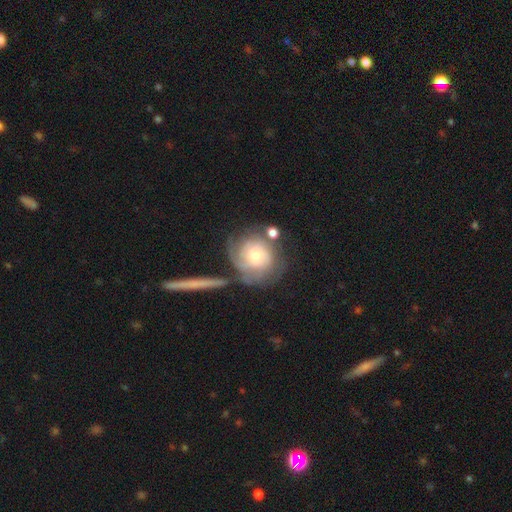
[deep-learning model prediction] A featured or disk galaxy (63%) with no bar (77%), tight (63%) spiral arms (84%) and a moderate central bulge (49%). Merging: none (55%).